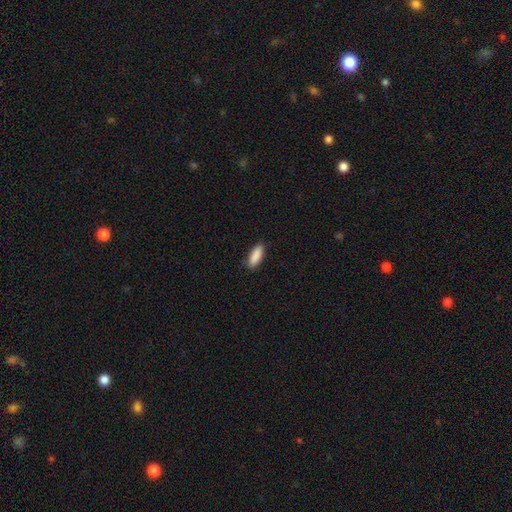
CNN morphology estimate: Smooth or featured: smooth — 90% (star or artifact — 6%)
How rounded: in between — 65% (cigar-shaped — 33%)
Merging: none — 85% (minor disturbance — 12%)